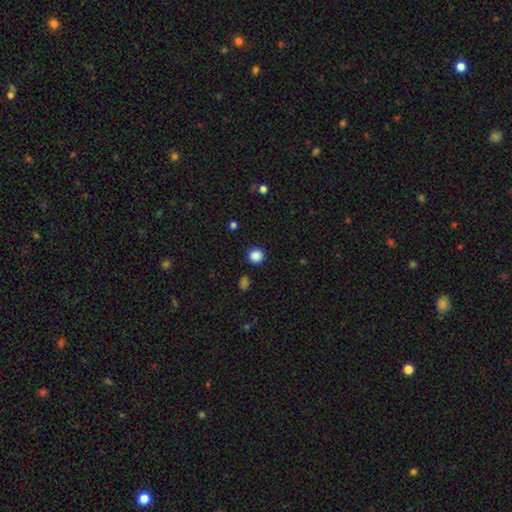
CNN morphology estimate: smooth-or-featured: smooth: 86% | star or artifact: 11% | featured or disk: 3%
  how-rounded: round: 91% | in between: 8% | cigar-shaped: 1%
  merging: none: 90% | minor disturbance: 6% | major disturbance: 2% | merger: 2%